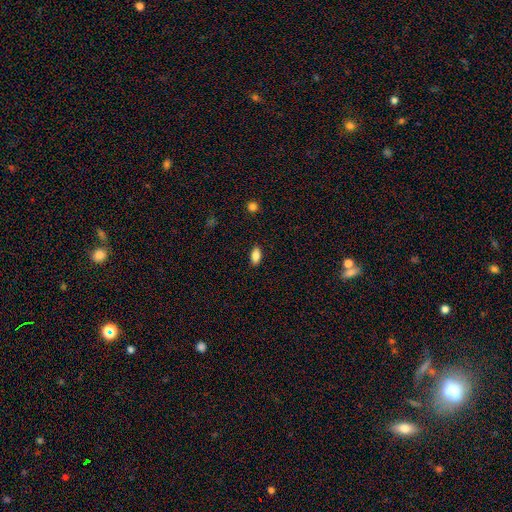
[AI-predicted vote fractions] smooth_or_featured: smooth (p=0.85) [alt: star or artifact p=0.08]
how_rounded: in between (p=0.90) [alt: cigar-shaped p=0.06]
merging: none (p=0.89) [alt: minor disturbance p=0.08]